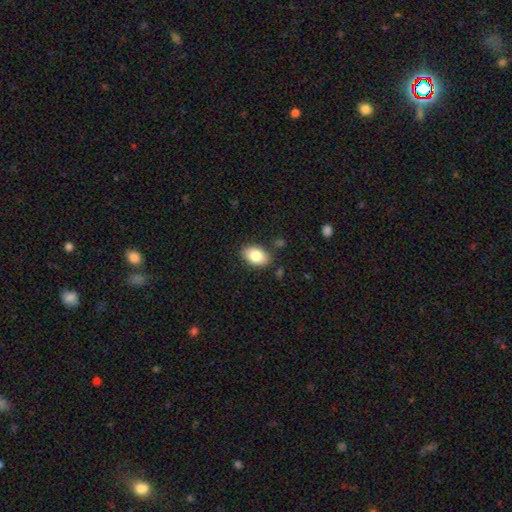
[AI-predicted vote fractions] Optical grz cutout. It shows a smooth galaxy with no disk features (82%) that is in between round and cigar-shaped (88%). Merging: none (85%).